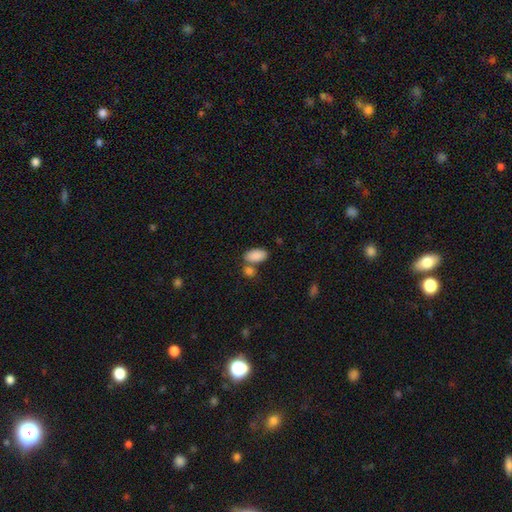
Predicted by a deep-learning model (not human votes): smooth 88%, star or artifact 7%, featured or disk 5%. Down the decision tree: how rounded — in between (94%); merging — none (57%).